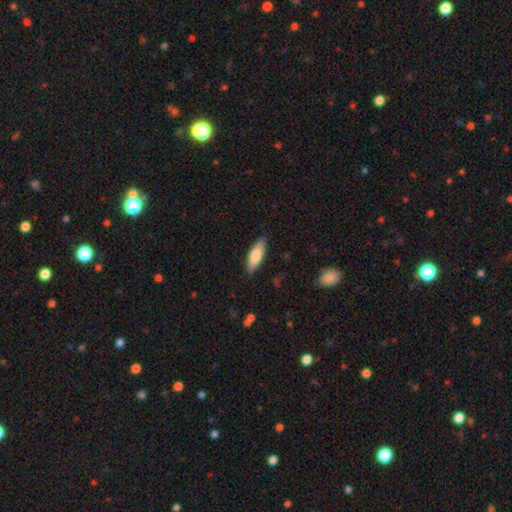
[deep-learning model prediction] The model was most divided on "how rounded": in between: 60%, cigar-shaped: 38%, round: 2%. More confident: merging — none (85%); smooth or featured — smooth (81%).